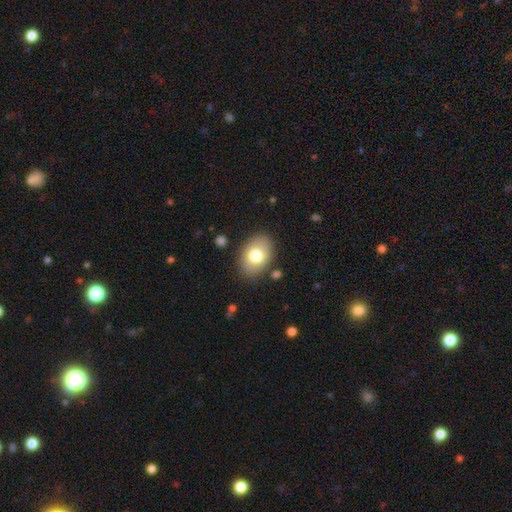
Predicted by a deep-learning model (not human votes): Overall: smooth (76%). How rounded: in between (82%). Merging: none (84%).